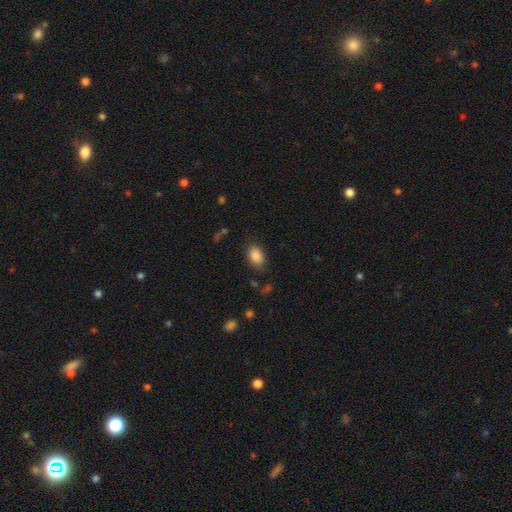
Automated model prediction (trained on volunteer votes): This is clearly a smooth galaxy (87%). How rounded: clearly in between (88%). Merging: clearly none (82%).